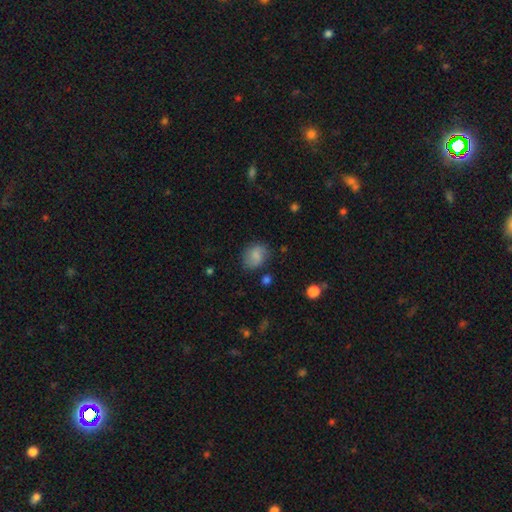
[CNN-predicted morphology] smooth 74%, featured or disk 17%, star or artifact 9%. Down the decision tree: how rounded — in between (55%); merging — none (72%).